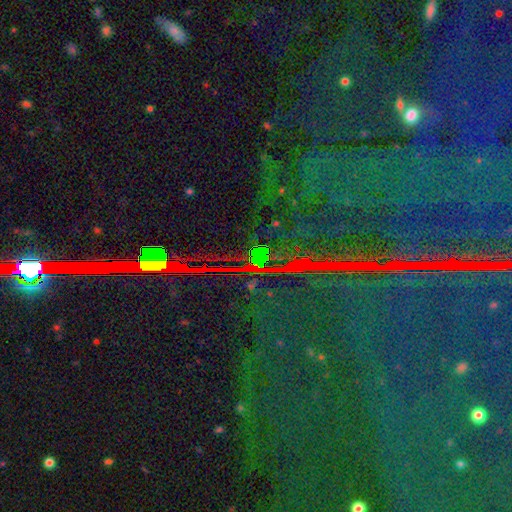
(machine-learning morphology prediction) smooth-or-featured: star or artifact: 84% | featured or disk: 9% | smooth: 7%